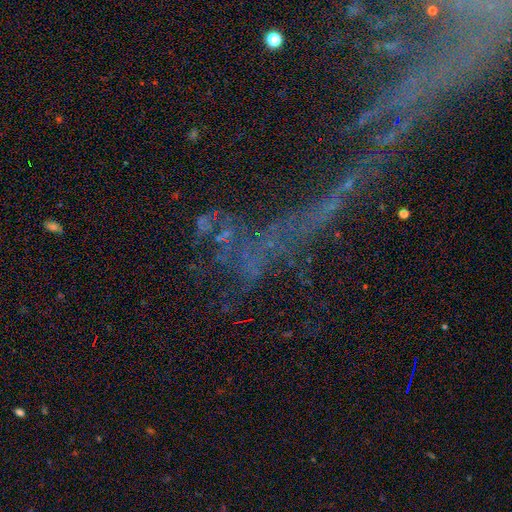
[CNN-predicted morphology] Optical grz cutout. It shows a star or artifact, not a galaxy (66%).